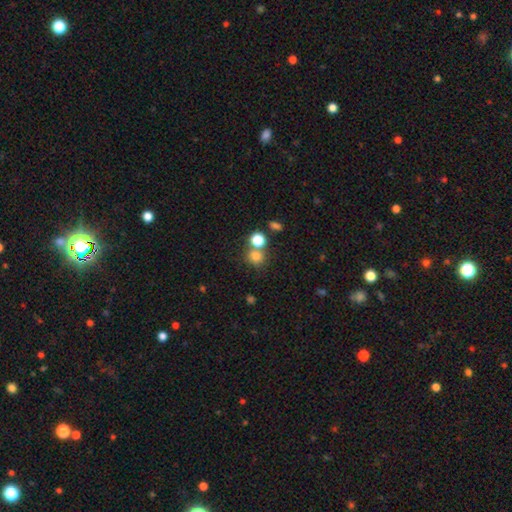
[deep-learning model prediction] Smooth or featured? Predicted: smooth (p=0.76). How rounded? Predicted: round (p=0.80). Merging? Predicted: none (p=0.58).